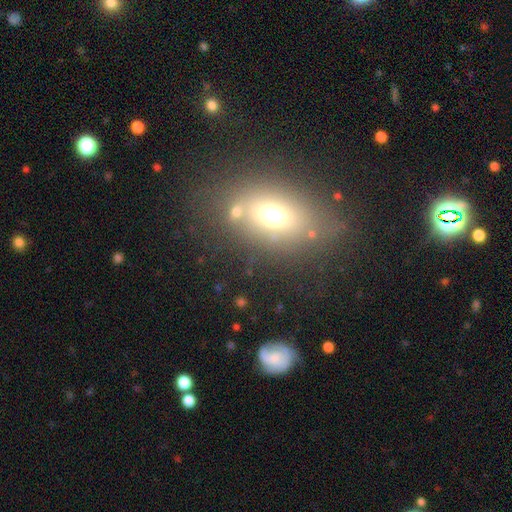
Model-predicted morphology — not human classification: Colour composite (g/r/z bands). It shows a smooth galaxy with no disk features (50%). Merging: none (71%).